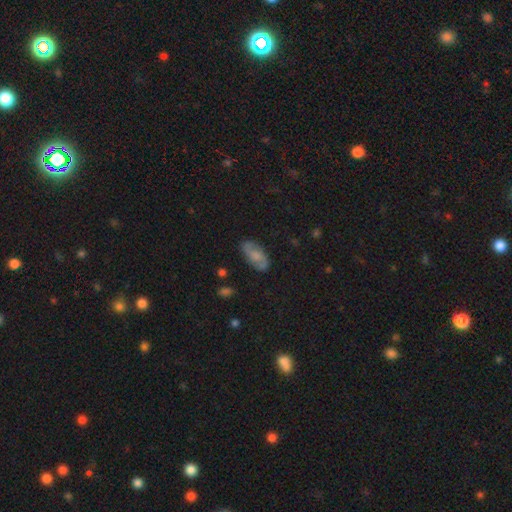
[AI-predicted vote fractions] Smooth or featured: featured or disk — 50% (smooth — 43%)
Merging: none — 80% (minor disturbance — 14%)